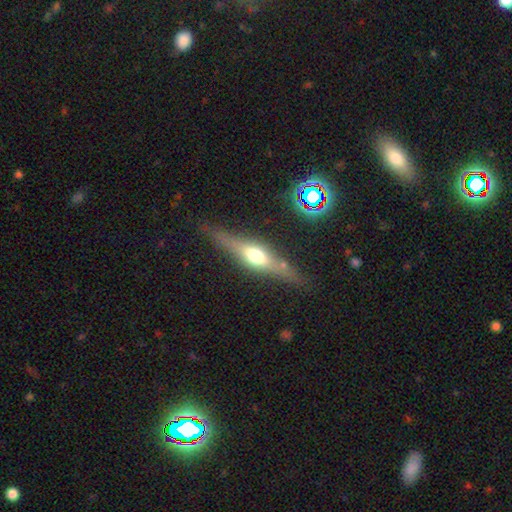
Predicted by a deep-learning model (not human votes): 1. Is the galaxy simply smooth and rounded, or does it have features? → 63% featured or disk, 28% smooth, 9% star or artifact.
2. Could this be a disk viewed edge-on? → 92% yes, 8% no.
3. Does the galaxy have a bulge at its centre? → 89% rounded, 8% boxy, 3% none.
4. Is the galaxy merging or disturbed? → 81% none, 12% minor disturbance, 4% major disturbance, 3% merger.